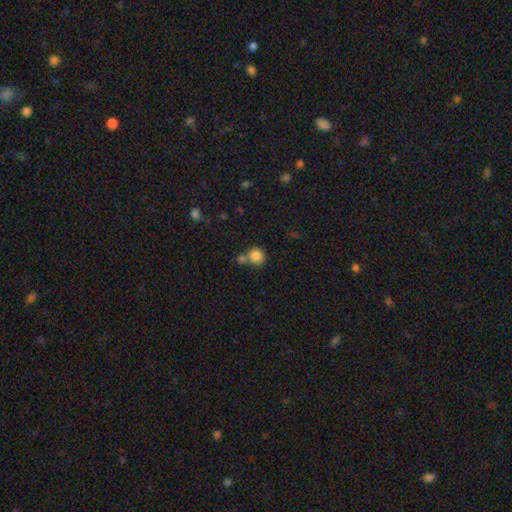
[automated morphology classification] Overall: smooth (84%). How rounded: round (87%). Merging: none (53%; merger 32%).